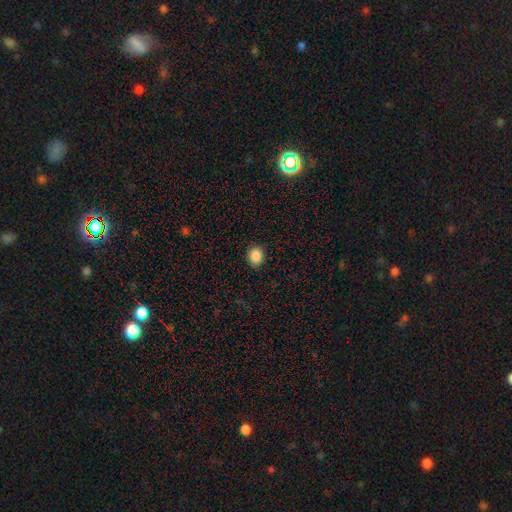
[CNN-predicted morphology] smooth-or-featured: smooth: 87% | star or artifact: 9% | featured or disk: 4%
  how-rounded: round: 57% | in between: 42% | cigar-shaped: 1%
  merging: none: 89% | minor disturbance: 8% | major disturbance: 2% | merger: 1%